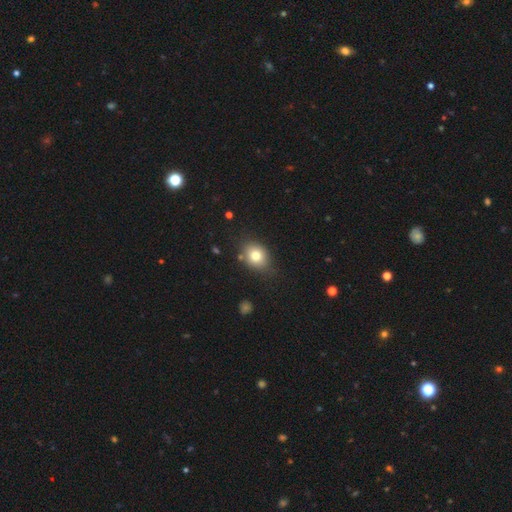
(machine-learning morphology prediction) Smooth or featured? Predicted: smooth (p=0.78). How rounded? Predicted: in between (p=0.50). Merging? Predicted: none (p=0.76).